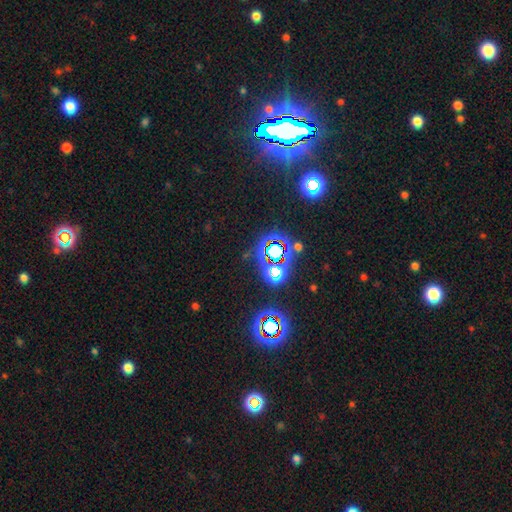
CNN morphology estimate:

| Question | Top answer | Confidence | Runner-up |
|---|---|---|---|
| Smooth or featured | star or artifact | 82% | smooth (10%) |